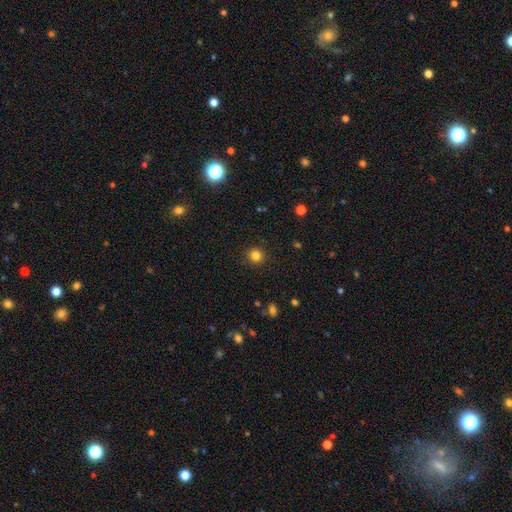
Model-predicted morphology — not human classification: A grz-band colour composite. It shows a smooth galaxy with no disk features (82%) that is round (93%). Merging: none (91%).